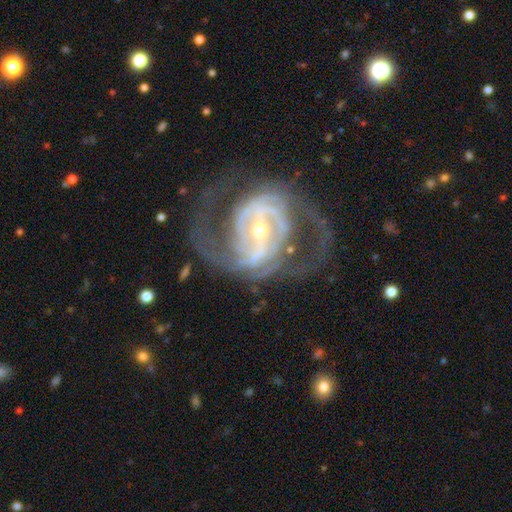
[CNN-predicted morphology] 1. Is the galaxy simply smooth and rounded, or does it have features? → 91% featured or disk, 5% star or artifact, 4% smooth.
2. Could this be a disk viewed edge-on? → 97% no, 3% yes.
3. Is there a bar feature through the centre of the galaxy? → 55% strong, 32% weak, 13% no.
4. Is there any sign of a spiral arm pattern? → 95% yes, 5% no.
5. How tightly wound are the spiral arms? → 51% medium, 30% tight, 19% loose.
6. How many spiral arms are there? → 65% 2, 12% 3, 11% can't tell, 4% 4, 4% 1, 3% more than 4.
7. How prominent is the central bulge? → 60% small, 36% moderate, 2% large, 1% none, 1% dominant.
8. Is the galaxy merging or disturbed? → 62% none, 21% major disturbance, 16% minor disturbance, 2% merger.